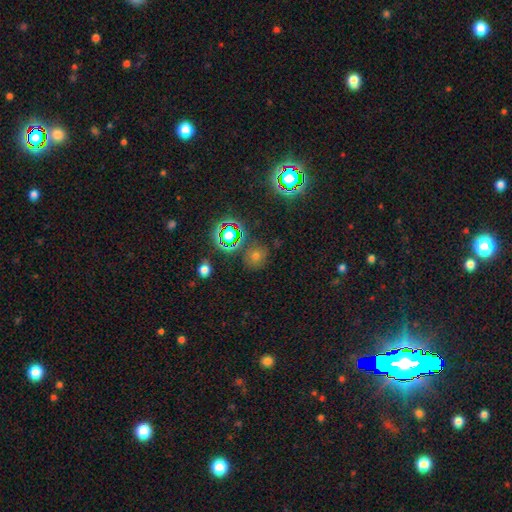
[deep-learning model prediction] Smooth or featured?
  - smooth: 48% *
  - star or artifact: 41%
  - featured or disk: 11%
Merging?
  - none: 78% *
  - minor disturbance: 12%
  - merger: 5%
  - major disturbance: 5%